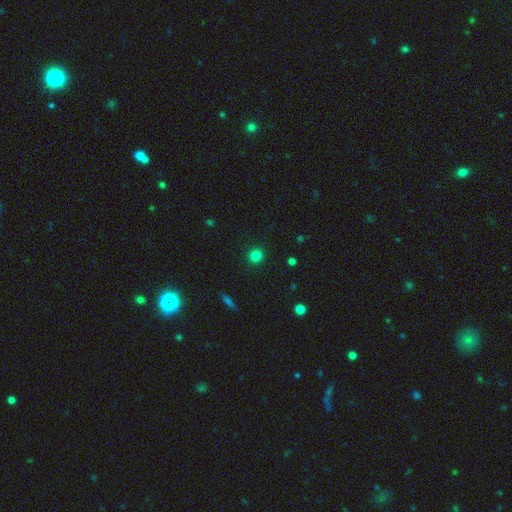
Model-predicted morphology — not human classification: Smooth or featured? Predicted: smooth (p=0.82). How rounded? Predicted: round (p=0.94). Merging? Predicted: none (p=0.92).